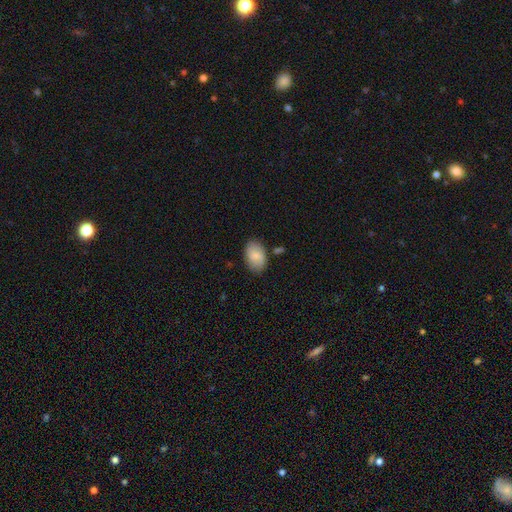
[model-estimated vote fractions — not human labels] The model was most divided on "merging": none: 80%, minor disturbance: 14%, merger: 3%, major disturbance: 3%. More confident: how rounded — in between (89%); smooth or featured — smooth (84%).